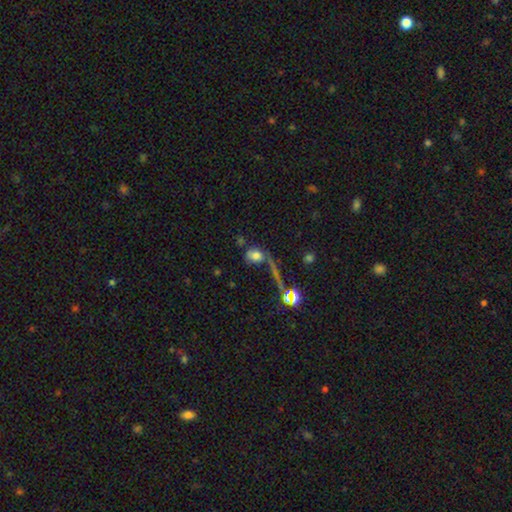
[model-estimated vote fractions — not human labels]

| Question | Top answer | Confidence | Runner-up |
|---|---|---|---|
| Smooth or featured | smooth | 68% | star or artifact (18%) |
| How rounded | in between | 53% | round (43%) |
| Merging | none | 44% | merger (21%) |